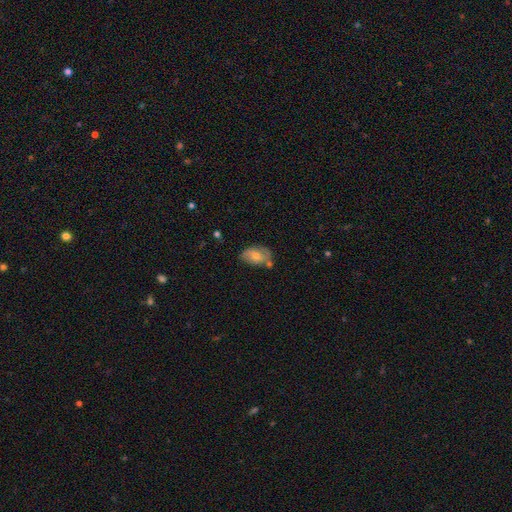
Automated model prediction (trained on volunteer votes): The model was most divided on "smooth or featured": smooth: 58%, featured or disk: 33%, star or artifact: 9%. More confident: how rounded — in between (88%); merging — none (53%).